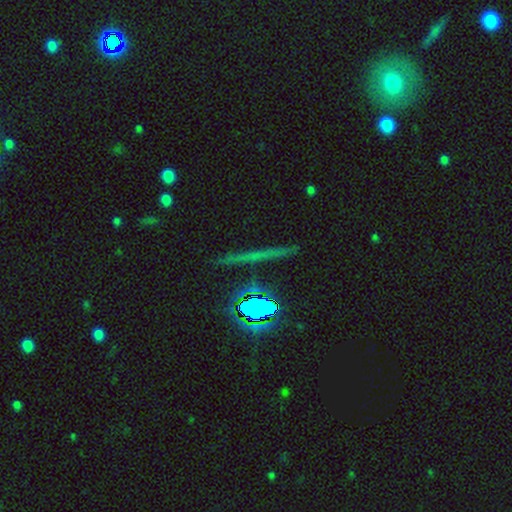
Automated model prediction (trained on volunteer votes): This appears to be a star or artifact, not a galaxy (62%).